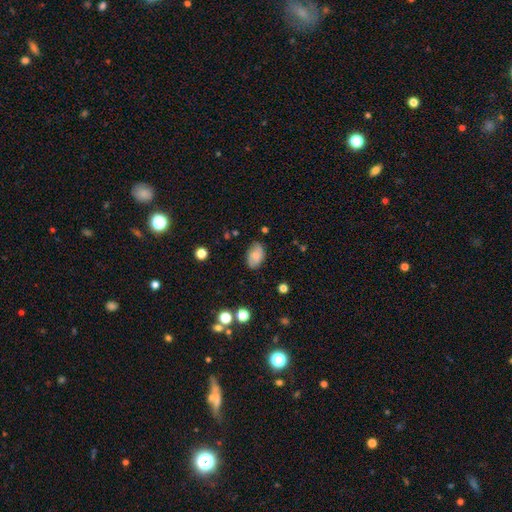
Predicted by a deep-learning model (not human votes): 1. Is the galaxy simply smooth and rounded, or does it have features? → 74% smooth, 17% featured or disk, 9% star or artifact.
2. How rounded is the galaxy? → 90% in between, 9% round, 1% cigar-shaped.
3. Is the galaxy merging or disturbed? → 74% none, 20% minor disturbance, 4% major disturbance, 2% merger.